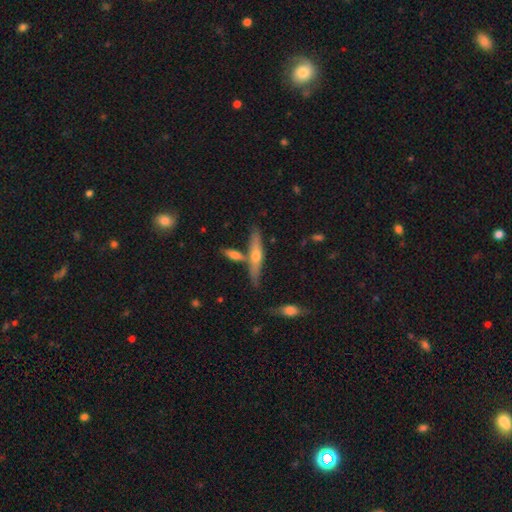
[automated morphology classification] Smooth or featured: featured or disk — 57% (smooth — 37%)
Edge-on disk: yes — 92% (no — 8%)
Edge-on bulge: rounded — 89% (none — 8%)
Merging: none — 66% (merger — 19%)